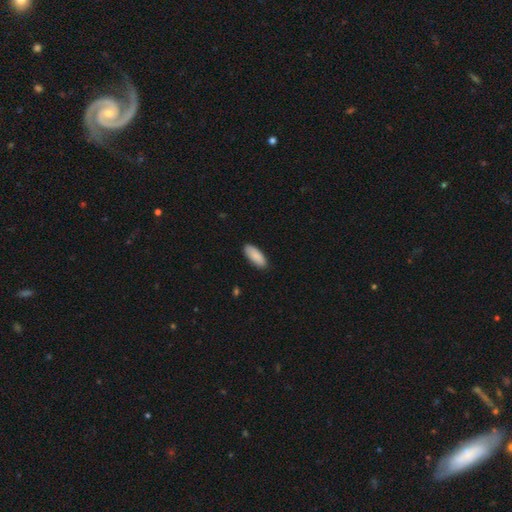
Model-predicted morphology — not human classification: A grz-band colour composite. It shows a smooth galaxy with no disk features (90%) that is in between round and cigar-shaped (79%). Merging: none (88%).